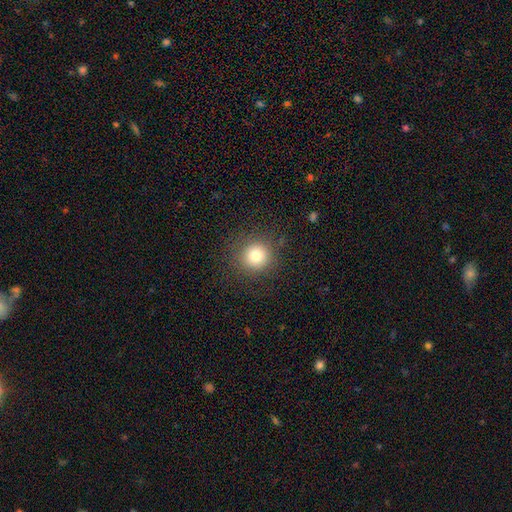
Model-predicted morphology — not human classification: smooth 79%, star or artifact 13%, featured or disk 9%. Down the decision tree: how rounded — round (94%); merging — none (87%).